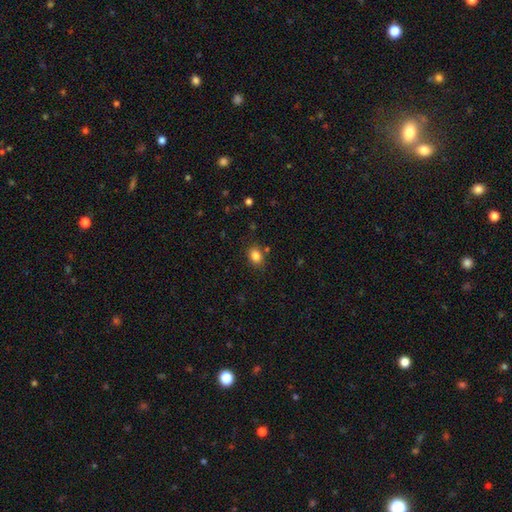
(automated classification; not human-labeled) Smooth or featured: smooth — 84% (star or artifact — 11%)
How rounded: in between — 58% (round — 41%)
Merging: none — 80% (minor disturbance — 12%)